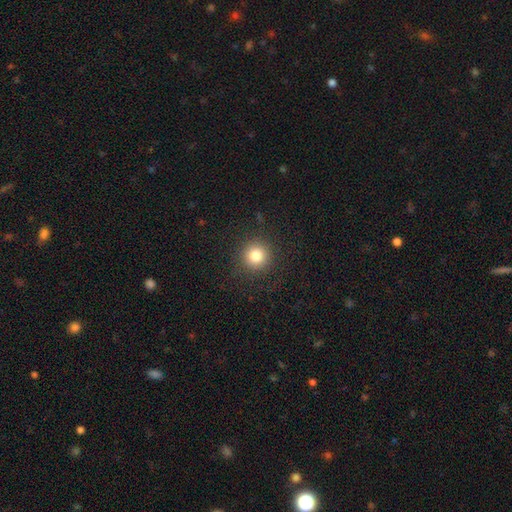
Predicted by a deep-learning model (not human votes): Morphology: type=smooth (81%); roundness=round (95%); merging=none (90%).